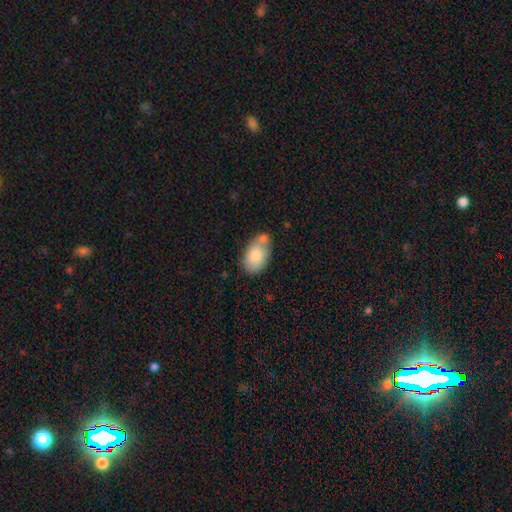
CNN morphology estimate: smooth_or_featured: smooth (p=0.80) [alt: featured or disk p=0.13]
how_rounded: in between (p=0.89) [alt: round p=0.09]
merging: none (p=0.48) [alt: merger p=0.27]